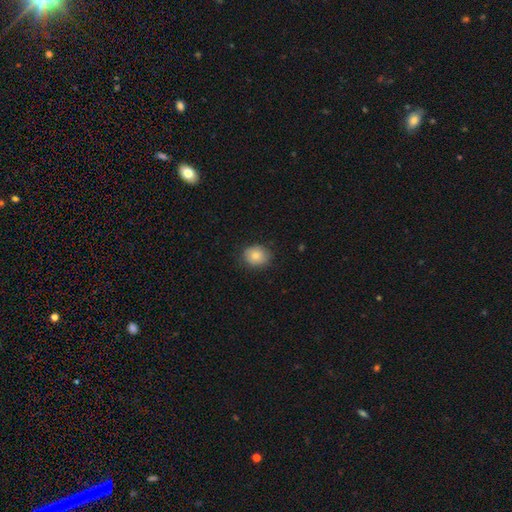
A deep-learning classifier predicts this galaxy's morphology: smooth 83%, featured or disk 9%, star or artifact 8%. Down the decision tree: how rounded — round (61%); merging — none (82%).